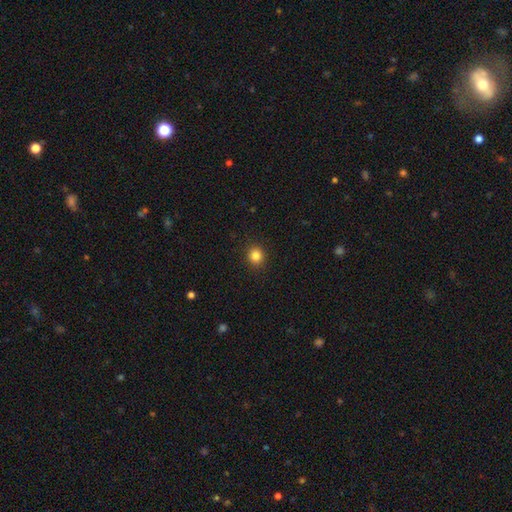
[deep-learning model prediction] A smooth galaxy with no disk features (84%) that is round (89%). Merging: none (92%).